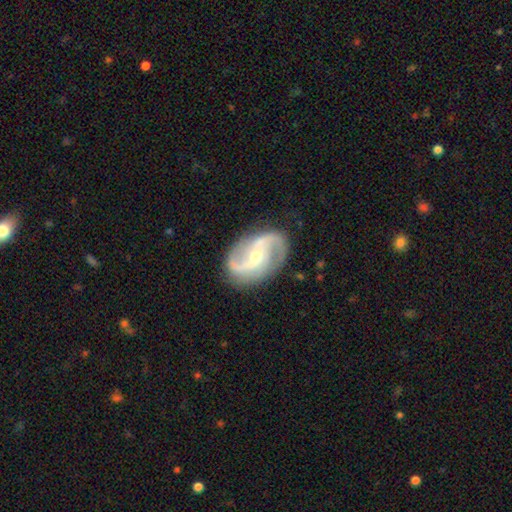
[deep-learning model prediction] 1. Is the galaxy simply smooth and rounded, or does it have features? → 91% featured or disk, 5% smooth, 5% star or artifact.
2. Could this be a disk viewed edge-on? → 97% no, 3% yes.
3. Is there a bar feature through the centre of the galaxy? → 39% weak, 35% no, 26% strong.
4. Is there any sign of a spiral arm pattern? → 98% yes, 2% no.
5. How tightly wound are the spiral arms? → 44% loose (tied), 44% medium (tied), 12% tight.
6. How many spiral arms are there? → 91% 2, 3% 3, 2% can't tell, 1% 1, 1% 4, 1% more than 4.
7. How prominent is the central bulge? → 63% small, 33% moderate, 2% none, 1% large, 1% dominant.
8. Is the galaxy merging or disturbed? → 82% none, 12% minor disturbance, 4% major disturbance, 1% merger.